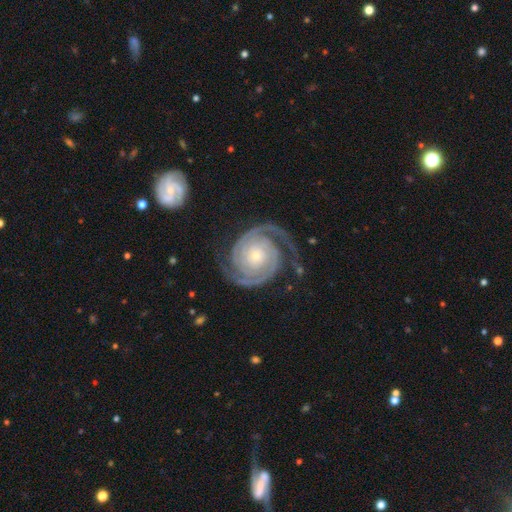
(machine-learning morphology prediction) A featured or disk galaxy (93%) with no bar (77%), 2 (87%) tight (76%) spiral arms (99%) and a small central bulge (74%).

Vote fractions:
- Smooth or featured? featured or disk: 93% / star or artifact: 4% / smooth: 3%
- Edge-on disk? no: 98% / yes: 2%
- Bar? no: 77% / weak: 15% / strong: 9%
- Spiral arms? yes: 99% / no: 1%
- Spiral winding? tight: 76% / medium: 21% / loose: 4%
- Spiral arm count? 2: 87% / 3: 5% / can't tell: 3% / 4: 2% / 1: 2% / more than 4: 2%
- Bulge size? small: 74% / moderate: 21% / large: 2% / none: 2% / dominant: 1%
- Merging? none: 76% / minor disturbance: 14% / major disturbance: 7% / merger: 2%